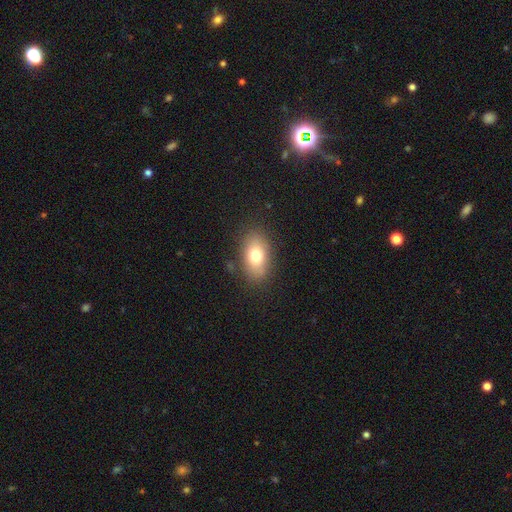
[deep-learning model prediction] A smooth galaxy with no disk features (75%) that is in between round and cigar-shaped (86%).

Vote fractions:
- Smooth or featured? smooth: 75% / featured or disk: 15% / star or artifact: 9%
- How rounded? in between: 86% / round: 11% / cigar-shaped: 2%
- Merging? none: 83% / minor disturbance: 12% / major disturbance: 4% / merger: 2%